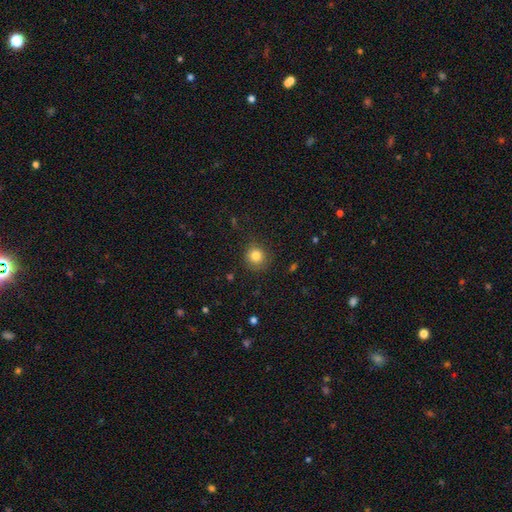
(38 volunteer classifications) Smooth or featured? smooth (89%)
How rounded? round (82%)
Merging? none (81%)